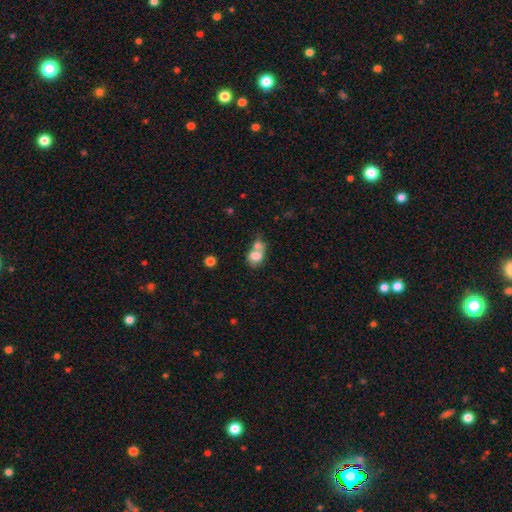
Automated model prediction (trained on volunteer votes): A smooth galaxy with no disk features (75%) that is in between round and cigar-shaped (52%).

Vote fractions:
- Smooth or featured? smooth: 75% / featured or disk: 15% / star or artifact: 10%
- How rounded? in between: 52% / round: 46% / cigar-shaped: 1%
- Merging? merger: 64% / none: 23% / minor disturbance: 8% / major disturbance: 5%